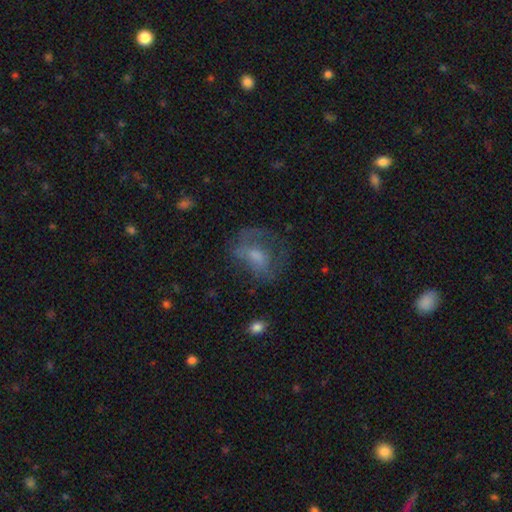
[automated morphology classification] smooth-or-featured: featured or disk: 49% | smooth: 26% | star or artifact: 25%
  merging: none: 68% | minor disturbance: 17% | major disturbance: 13% | merger: 2%